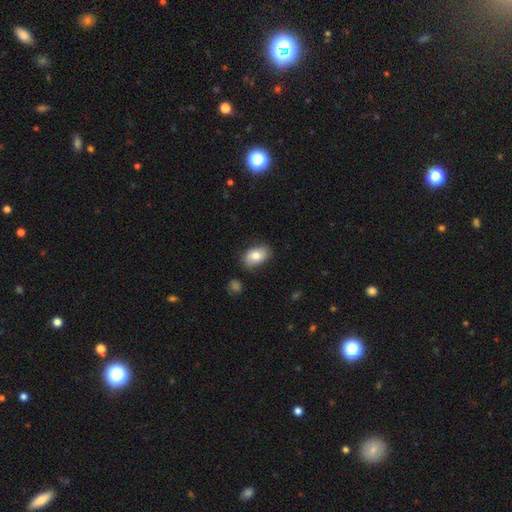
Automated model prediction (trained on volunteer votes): The model was most divided on "merging": none: 79%, minor disturbance: 15%, major disturbance: 3%, merger: 2%. More confident: how rounded — in between (86%); smooth or featured — smooth (78%).